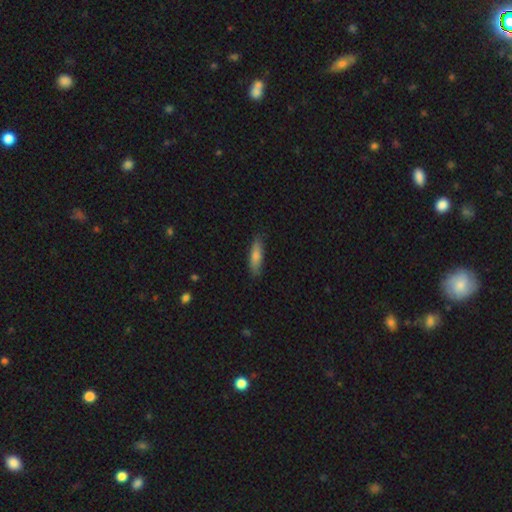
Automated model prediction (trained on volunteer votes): The model was most divided on "how rounded": cigar-shaped: 63%, in between: 35%, round: 2%. More confident: merging — none (85%); smooth or featured — smooth (78%).